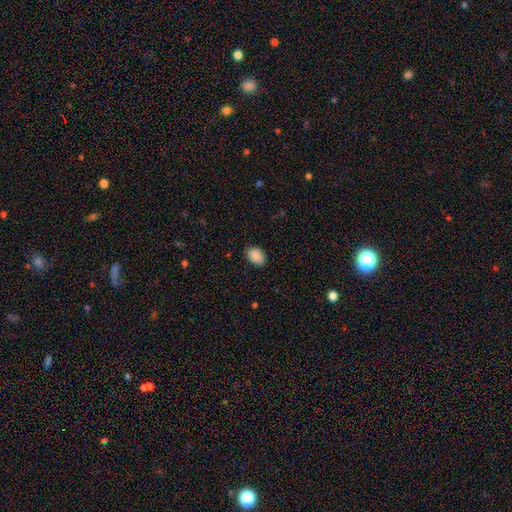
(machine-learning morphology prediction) This appears to be a smooth galaxy with no disk features (90%) that is in between round and cigar-shaped (80%). Merging: none (86%).